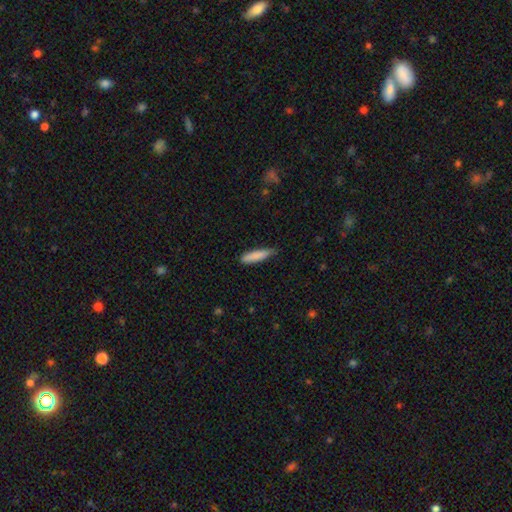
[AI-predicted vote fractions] This appears to be a smooth galaxy with no disk features (85%) that is cigar-shaped (79%). Merging: none (69%).